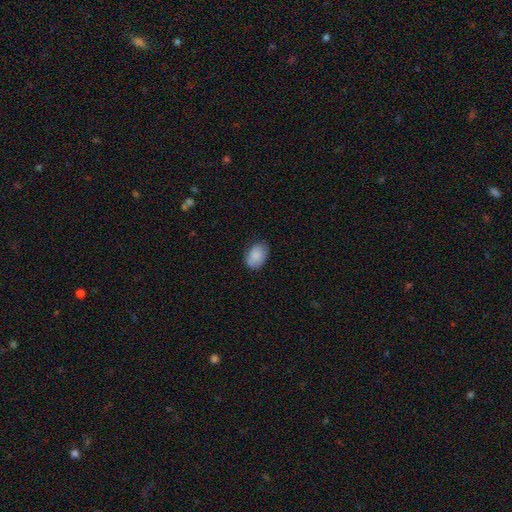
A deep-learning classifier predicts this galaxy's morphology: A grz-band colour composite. It shows a smooth galaxy with no disk features (88%) that is in between round and cigar-shaped (83%). Merging: none (79%).